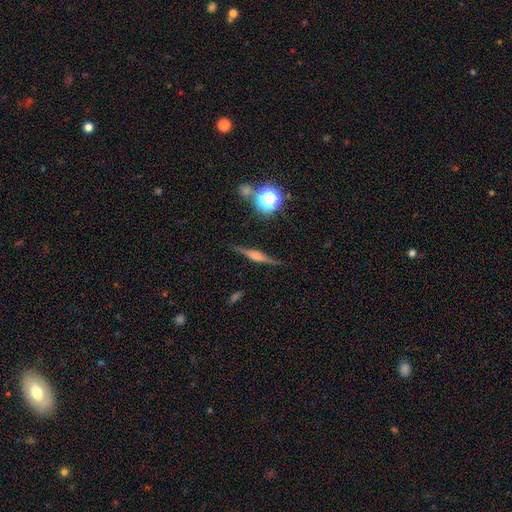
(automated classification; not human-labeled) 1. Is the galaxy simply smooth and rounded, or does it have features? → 74% featured or disk, 17% smooth, 10% star or artifact.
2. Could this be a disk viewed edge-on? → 97% yes, 3% no.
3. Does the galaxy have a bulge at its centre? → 74% rounded, 20% boxy, 7% none.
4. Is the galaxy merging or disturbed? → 87% none, 9% minor disturbance, 2% major disturbance, 2% merger.